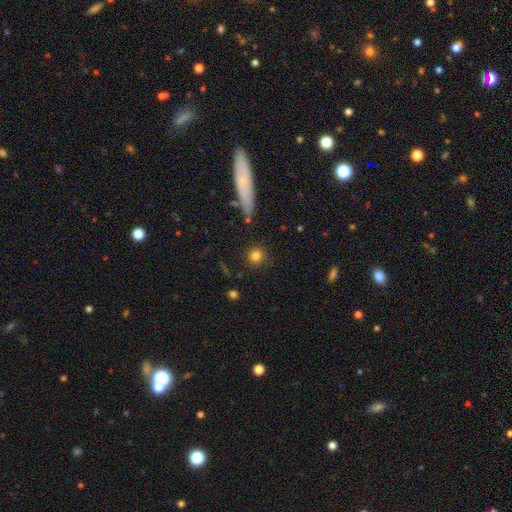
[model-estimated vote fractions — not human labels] Overall: smooth (81%). How rounded: round (91%). Merging: none (86%).